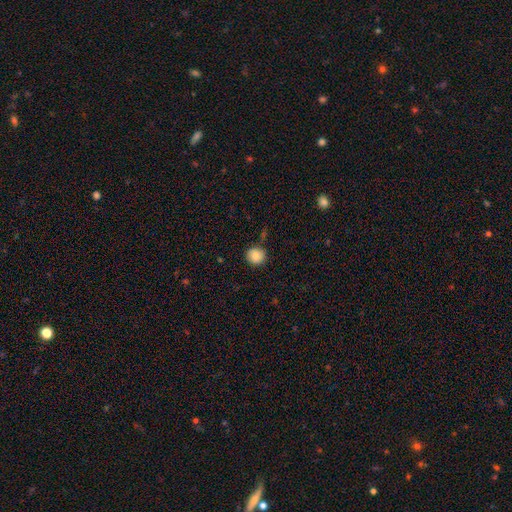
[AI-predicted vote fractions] Smooth or featured?
  - smooth: 86% *
  - star or artifact: 8%
  - featured or disk: 5%
How rounded?
  - round: 90% *
  - in between: 9%
  - cigar-shaped: 1%
Merging?
  - none: 83% *
  - minor disturbance: 11%
  - merger: 3%
  - major disturbance: 3%